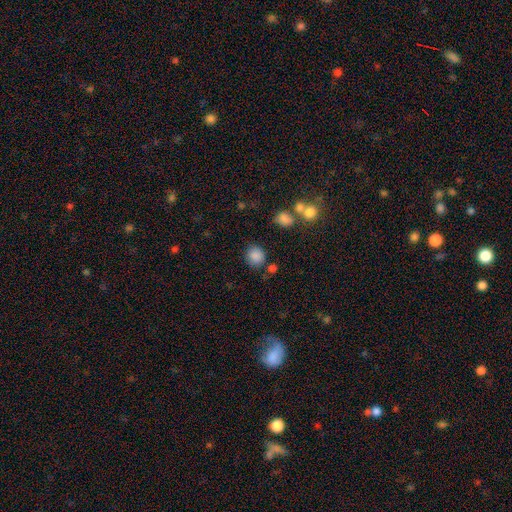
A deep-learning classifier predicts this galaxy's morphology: Smooth or featured: smooth — 85% (star or artifact — 11%)
How rounded: round — 85% (in between — 14%)
Merging: none — 78% (minor disturbance — 11%)